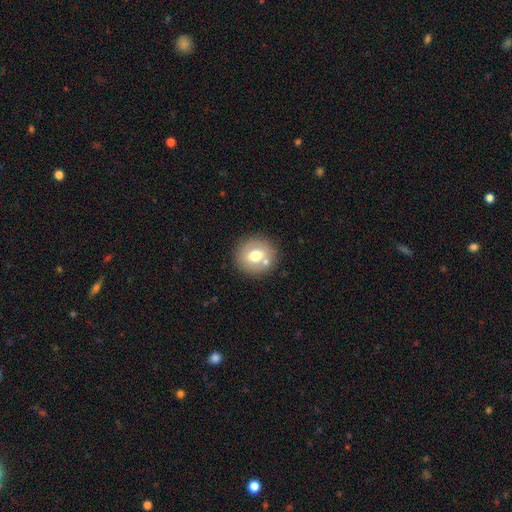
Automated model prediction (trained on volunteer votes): This is likely a smooth galaxy (65%). How rounded: clearly round (80%). Merging: likely none (76%).